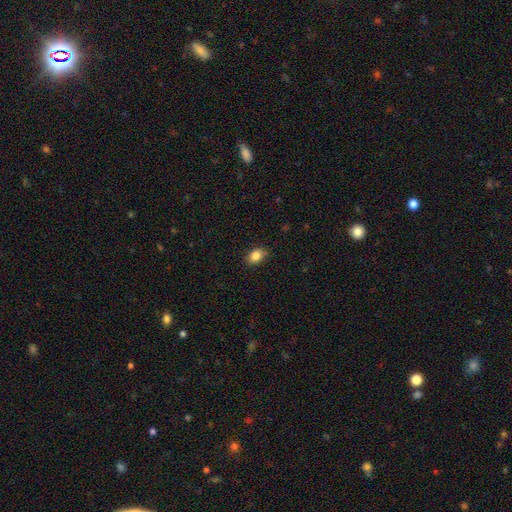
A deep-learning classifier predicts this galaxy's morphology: This is clearly a smooth galaxy (86%). How rounded: likely in between (77%). Merging: clearly none (85%).